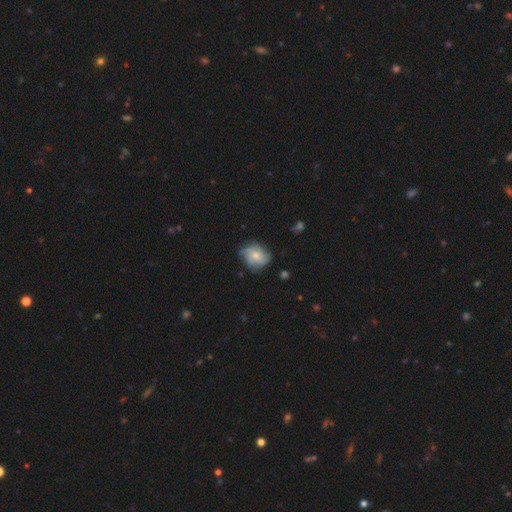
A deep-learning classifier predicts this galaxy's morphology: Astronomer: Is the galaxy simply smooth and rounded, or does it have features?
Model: featured or disk — 57% (runner-up: smooth, 35%).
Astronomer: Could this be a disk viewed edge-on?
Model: no — 97%.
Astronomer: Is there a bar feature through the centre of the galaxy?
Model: no — 70%.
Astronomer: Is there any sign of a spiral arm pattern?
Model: yes — 83%.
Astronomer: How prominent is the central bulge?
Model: moderate — 54% (runner-up: small, 33%).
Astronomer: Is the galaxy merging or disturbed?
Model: none — 63%.